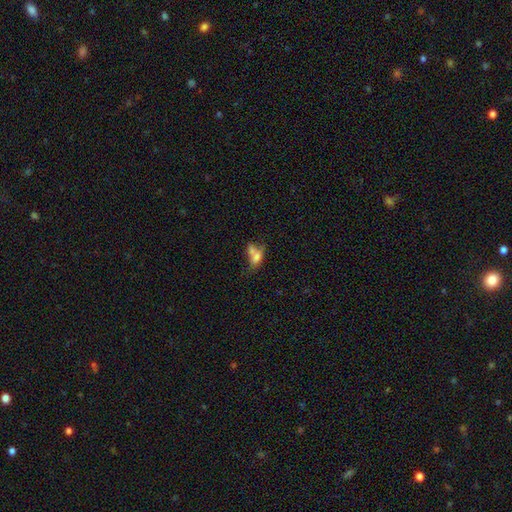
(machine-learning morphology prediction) Smooth or featured?
  - smooth: 65% *
  - featured or disk: 24%
  - star or artifact: 12%
How rounded?
  - in between: 75% *
  - cigar-shaped: 13%
  - round: 12%
Merging?
  - merger: 53% *
  - none: 25%
  - minor disturbance: 12%
  - major disturbance: 10%